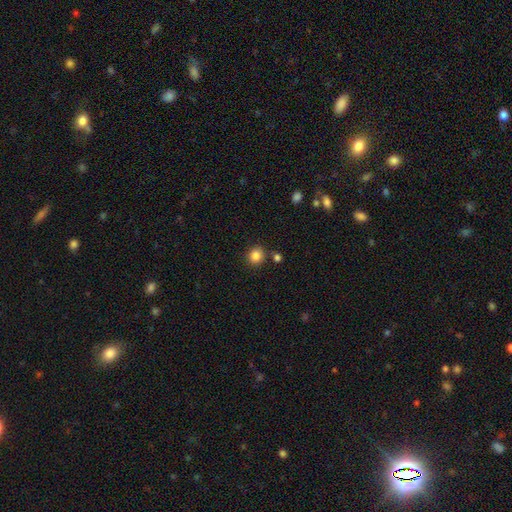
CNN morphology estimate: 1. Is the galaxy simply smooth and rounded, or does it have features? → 84% smooth, 11% star or artifact, 5% featured or disk.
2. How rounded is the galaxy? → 87% round, 12% in between, 1% cigar-shaped.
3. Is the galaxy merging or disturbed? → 85% none, 8% minor disturbance, 5% merger, 2% major disturbance.